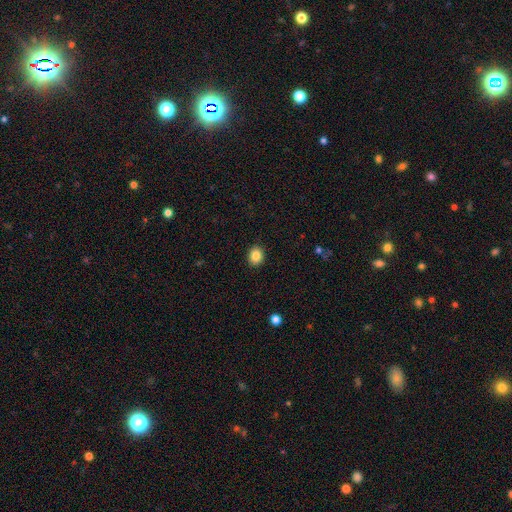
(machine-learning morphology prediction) smooth 86%, star or artifact 9%, featured or disk 5%. Down the decision tree: how rounded — round (59%); merging — none (90%).